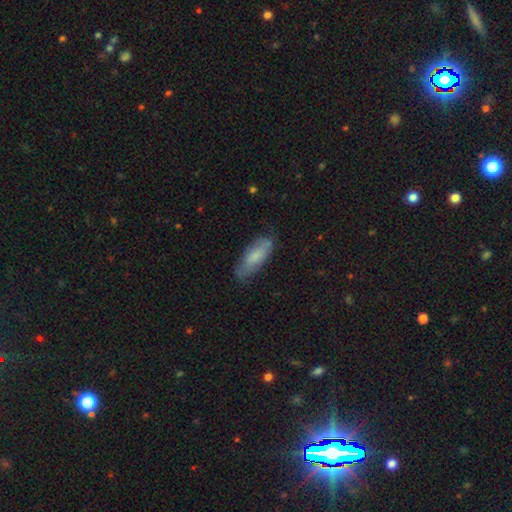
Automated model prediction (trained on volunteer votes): Overall: smooth (70%). How rounded: in between (68%; cigar-shaped 31%). Merging: none (73%).